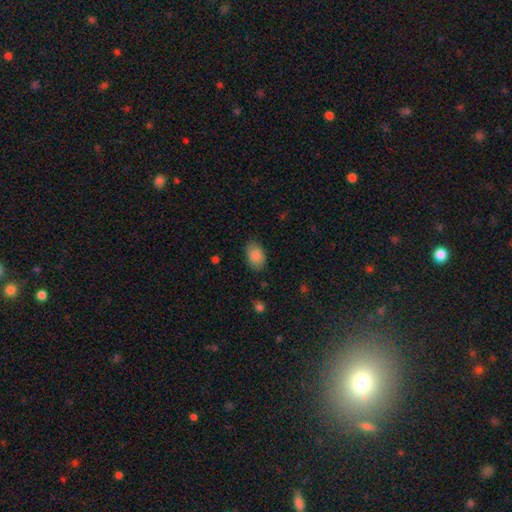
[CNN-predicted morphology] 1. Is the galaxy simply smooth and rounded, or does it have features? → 86% smooth, 7% featured or disk, 7% star or artifact.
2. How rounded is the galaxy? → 87% in between, 11% round, 1% cigar-shaped.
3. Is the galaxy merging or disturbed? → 79% none, 17% minor disturbance, 3% major disturbance, 1% merger.